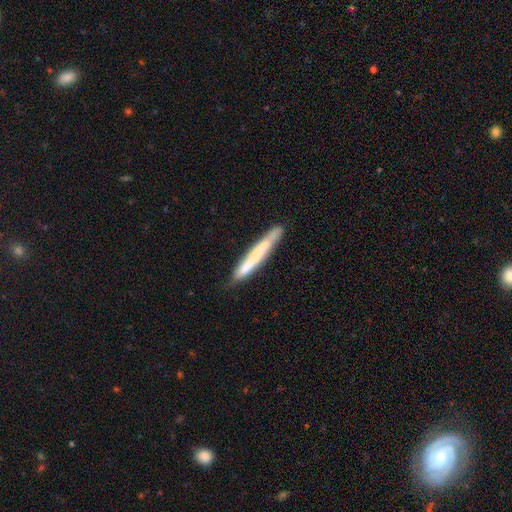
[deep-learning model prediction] Overall: smooth (60%; featured or disk 34%). How rounded: cigar-shaped (96%). Merging: none (79%).